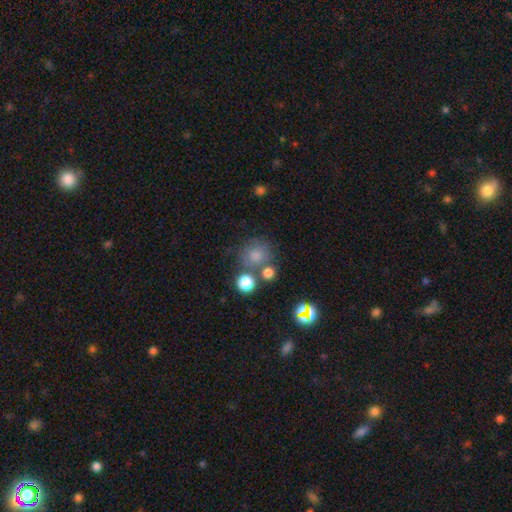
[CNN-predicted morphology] Smooth or featured?
  - smooth: 69% *
  - star or artifact: 21%
  - featured or disk: 10%
How rounded?
  - round: 88% *
  - in between: 11%
  - cigar-shaped: 1%
Merging?
  - none: 67% *
  - merger: 17%
  - minor disturbance: 11%
  - major disturbance: 5%